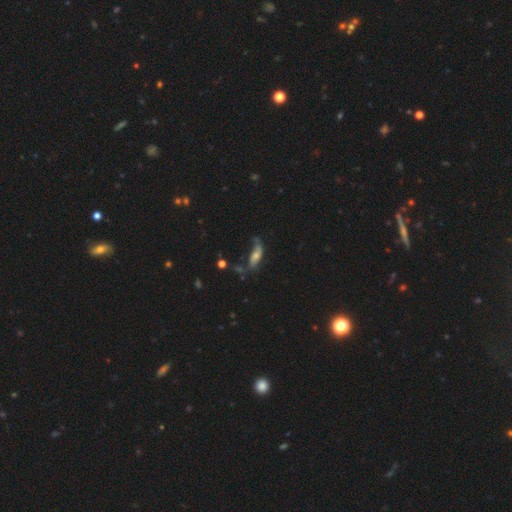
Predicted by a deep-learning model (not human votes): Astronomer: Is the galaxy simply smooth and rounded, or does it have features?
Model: featured or disk — 46% (runner-up: smooth, 43%).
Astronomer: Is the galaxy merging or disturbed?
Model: none — 33% (runner-up: major disturbance, 32%).